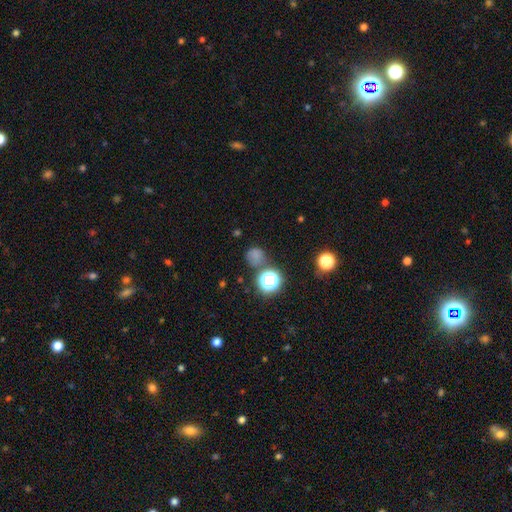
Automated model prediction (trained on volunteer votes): A smooth galaxy with no disk features (64%) that is round (83%).

Vote fractions:
- Smooth or featured? smooth: 64% / star or artifact: 28% / featured or disk: 8%
- How rounded? round: 83% / in between: 16% / cigar-shaped: 1%
- Merging? none: 64% / minor disturbance: 16% / merger: 12% / major disturbance: 8%